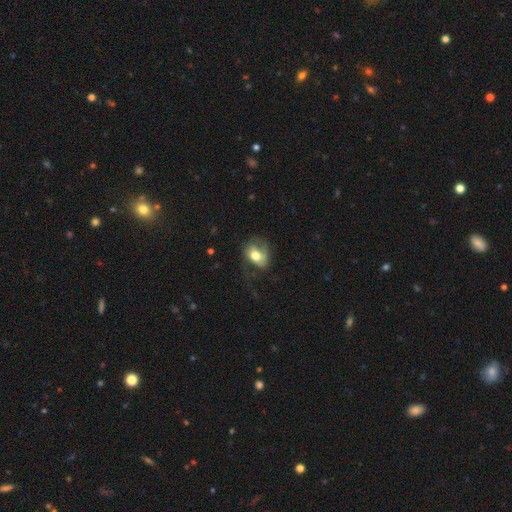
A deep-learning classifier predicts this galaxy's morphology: Smooth or featured: smooth — 52% (featured or disk — 40%)
How rounded: in between — 72% (round — 26%)
Merging: none — 42% (major disturbance — 32%)